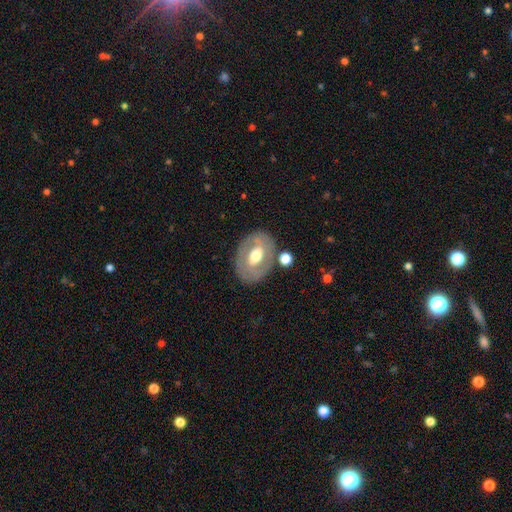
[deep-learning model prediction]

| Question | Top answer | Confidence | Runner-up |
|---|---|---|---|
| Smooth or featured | featured or disk | 55% | smooth (39%) |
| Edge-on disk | no | 92% | yes (8%) |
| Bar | no | 48% | weak (33%) |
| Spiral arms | no | 78% | yes (22%) |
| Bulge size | moderate | 69% | large (19%) |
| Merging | none | 77% | minor disturbance (13%) |